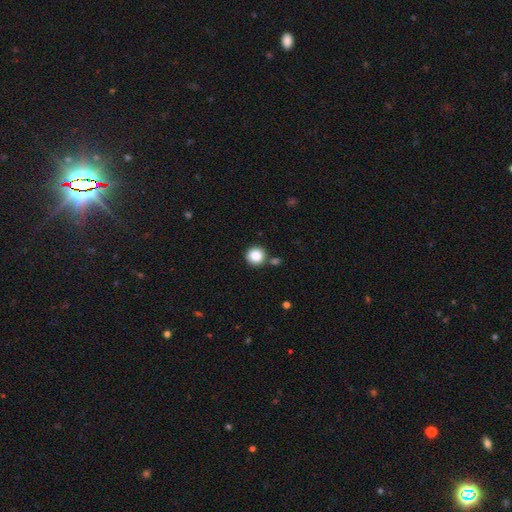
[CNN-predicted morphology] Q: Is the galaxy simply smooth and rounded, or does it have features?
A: smooth — 86%.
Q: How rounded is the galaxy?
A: round — 94%.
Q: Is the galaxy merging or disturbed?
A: none — 79%.